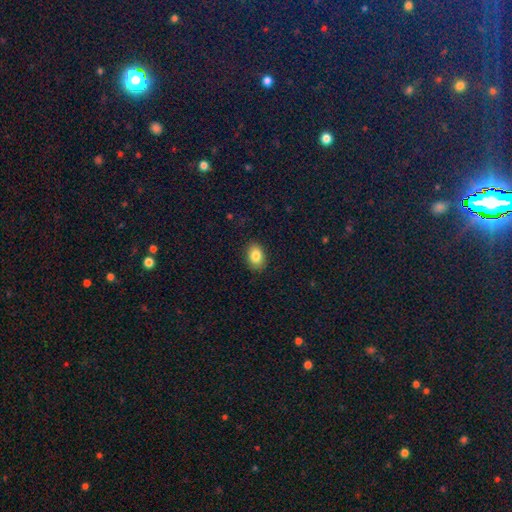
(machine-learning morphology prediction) Overall: smooth (84%). How rounded: in between (79%). Merging: none (88%).